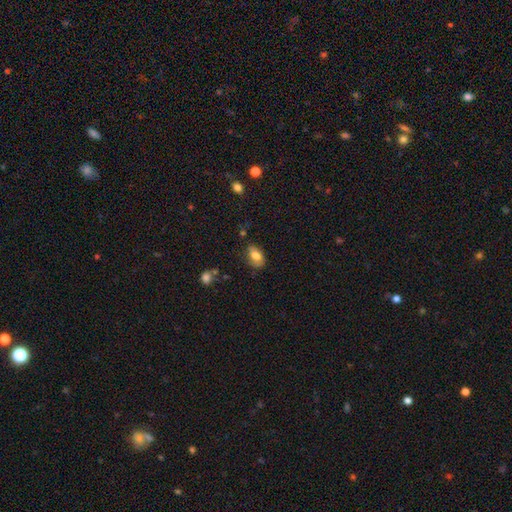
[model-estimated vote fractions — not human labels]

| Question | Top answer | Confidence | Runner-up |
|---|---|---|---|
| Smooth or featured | smooth | 78% | featured or disk (14%) |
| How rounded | in between | 89% | round (9%) |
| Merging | none | 70% | minor disturbance (22%) |